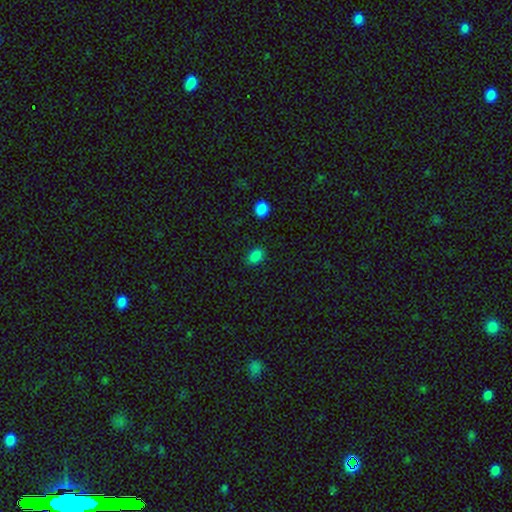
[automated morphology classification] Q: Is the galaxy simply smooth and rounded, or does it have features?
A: smooth — 84%.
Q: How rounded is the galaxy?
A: in between — 82%.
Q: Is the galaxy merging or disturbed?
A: none — 85%.